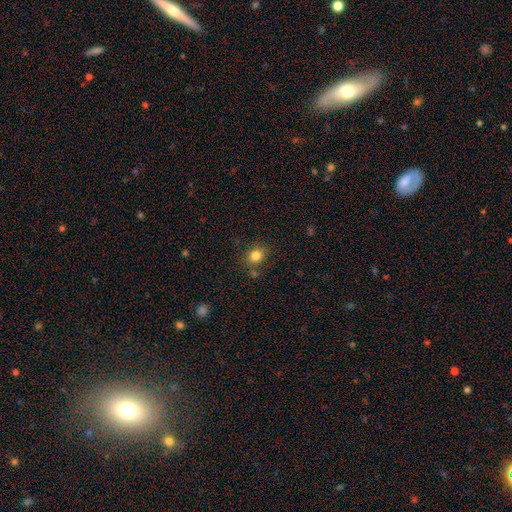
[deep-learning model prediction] This is clearly a smooth galaxy (82%). How rounded: likely round (67%). Merging: likely none (78%).